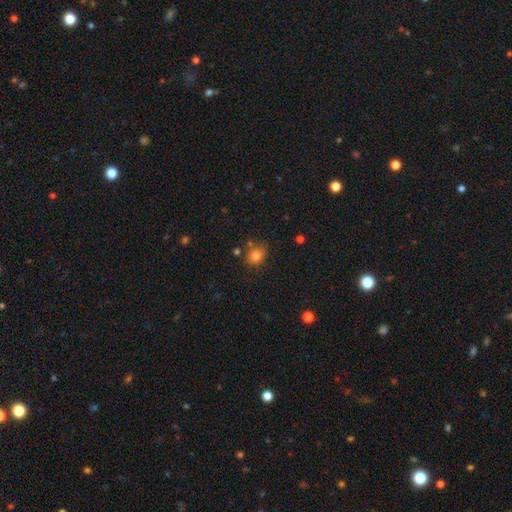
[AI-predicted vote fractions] Morphology: type=smooth (79%); roundness=round (59%); merging=none (74%).